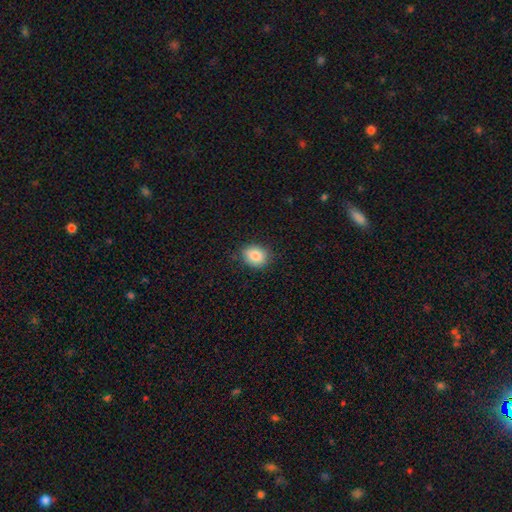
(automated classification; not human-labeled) Q: Smooth or featured?
A: smooth (85%); runner-up: star or artifact (9%)
Q: How rounded?
A: round (57%); runner-up: in between (42%)
Q: Merging?
A: none (82%); runner-up: minor disturbance (14%)